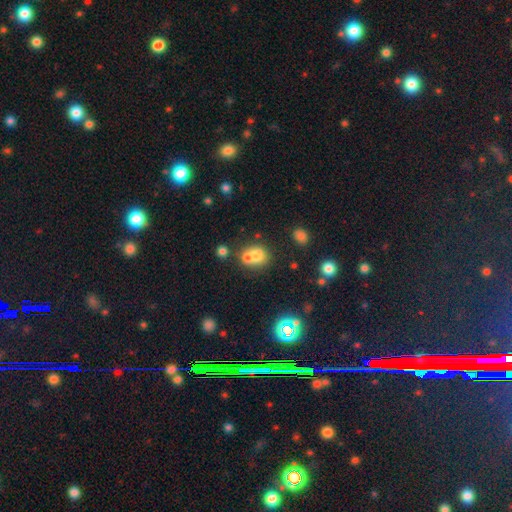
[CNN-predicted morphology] type=smooth (67%); roundness=round (67%); merging=merger (54%).